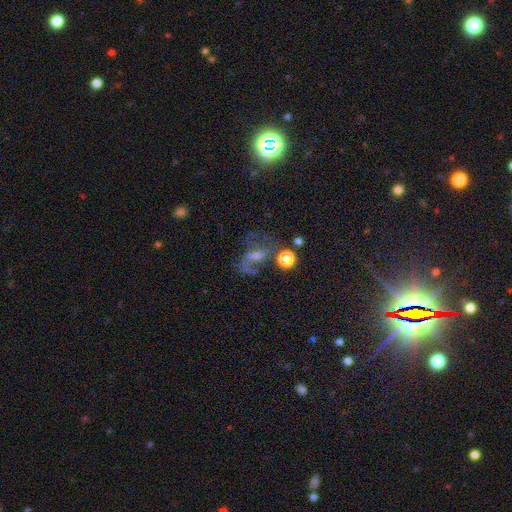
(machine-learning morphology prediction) Q: Smooth or featured?
A: featured or disk (50%); runner-up: star or artifact (29%)
Q: Edge-on disk?
A: no (95%); runner-up: yes (5%)
Q: Merging?
A: none (42%); runner-up: major disturbance (31%)